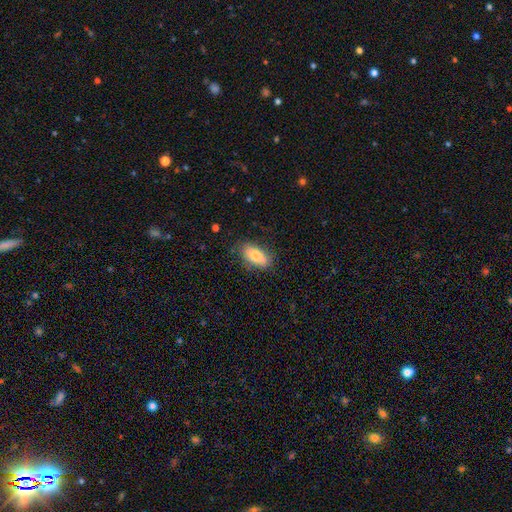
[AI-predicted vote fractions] The model was most divided on "smooth or featured": smooth: 78%, featured or disk: 15%, star or artifact: 7%. More confident: how rounded — in between (89%); merging — none (79%).